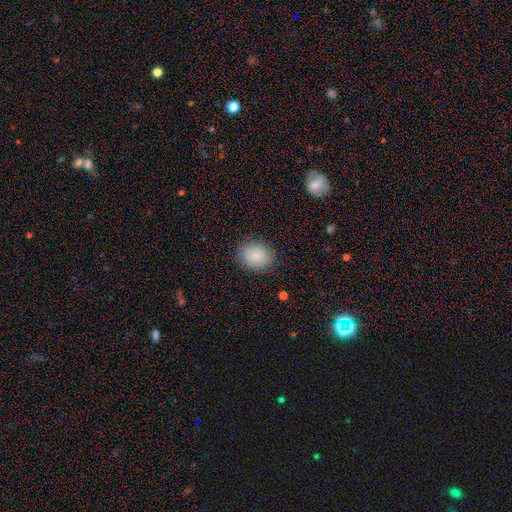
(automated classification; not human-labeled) smooth 87%, star or artifact 8%, featured or disk 5%. Down the decision tree: how rounded — in between (52%); merging — none (86%).